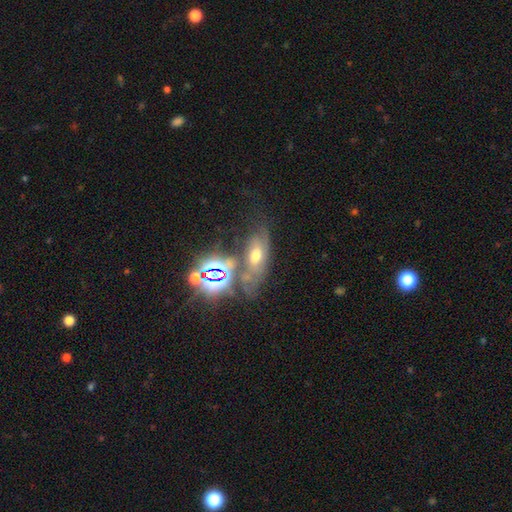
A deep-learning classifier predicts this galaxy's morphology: Q: Smooth or featured?
A: star or artifact (41%); runner-up: smooth (30%)